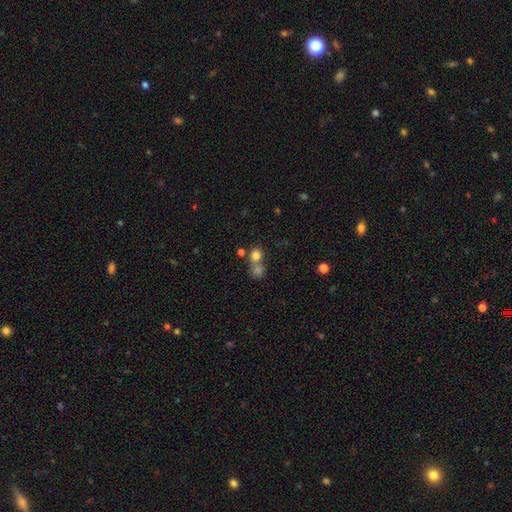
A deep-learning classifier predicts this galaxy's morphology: smooth 76%, star or artifact 14%, featured or disk 10%. Down the decision tree: how rounded — round (82%); merging — merger (46%).